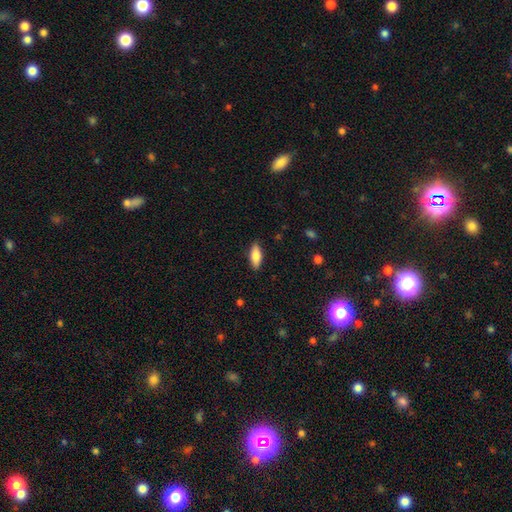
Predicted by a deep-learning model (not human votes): A smooth galaxy with no disk features (81%) that is in between round and cigar-shaped (73%).

Vote fractions:
- Smooth or featured? smooth: 81% / featured or disk: 13% / star or artifact: 6%
- How rounded? in between: 73% / cigar-shaped: 25% / round: 2%
- Merging? none: 87% / minor disturbance: 10% / major disturbance: 2% / merger: 1%